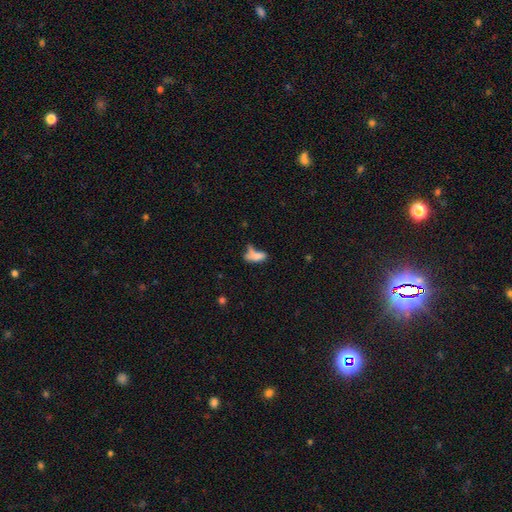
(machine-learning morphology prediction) A smooth galaxy with no disk features (70%) that is in between round and cigar-shaped (67%).

Vote fractions:
- Smooth or featured? smooth: 70% / featured or disk: 19% / star or artifact: 12%
- How rounded? in between: 67% / cigar-shaped: 28% / round: 4%
- Merging? merger: 39% / none: 29% / major disturbance: 16% / minor disturbance: 16%